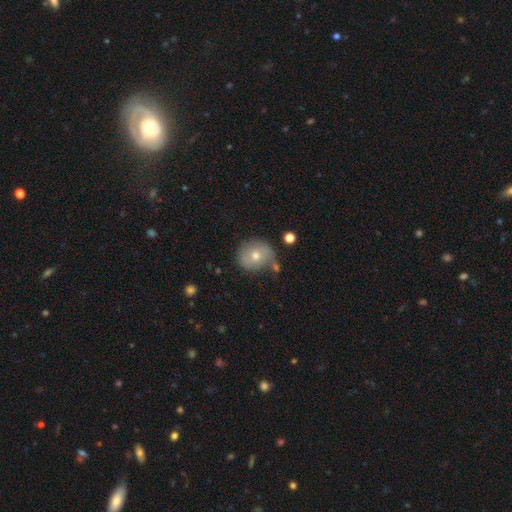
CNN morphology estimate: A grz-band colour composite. It shows a smooth galaxy with no disk features (56%) that is round (80%). Merging: none (63%).